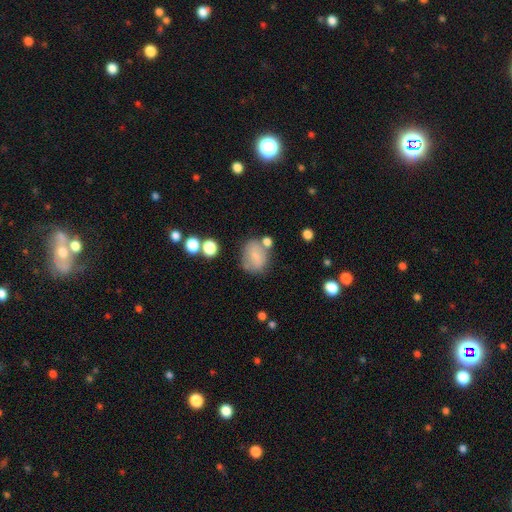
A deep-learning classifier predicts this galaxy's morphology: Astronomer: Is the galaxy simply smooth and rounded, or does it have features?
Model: smooth — 68%.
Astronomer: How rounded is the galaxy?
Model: in between — 51% (runner-up: round, 48%).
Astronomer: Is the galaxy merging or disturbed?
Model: none — 59%.